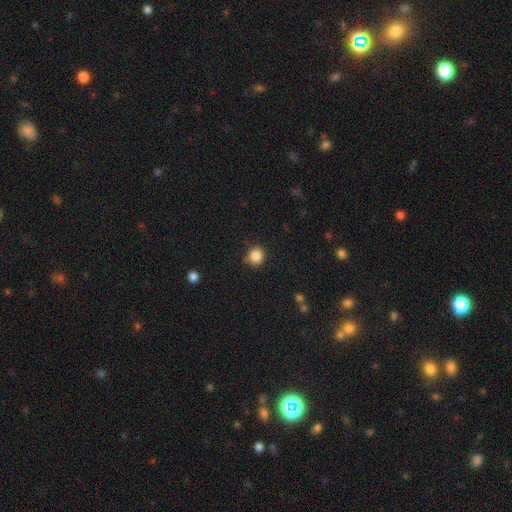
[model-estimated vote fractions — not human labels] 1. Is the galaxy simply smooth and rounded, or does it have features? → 85% smooth, 11% star or artifact, 4% featured or disk.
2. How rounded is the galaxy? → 87% round, 12% in between, 1% cigar-shaped.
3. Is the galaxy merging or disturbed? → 81% none, 14% minor disturbance, 3% major disturbance, 2% merger.